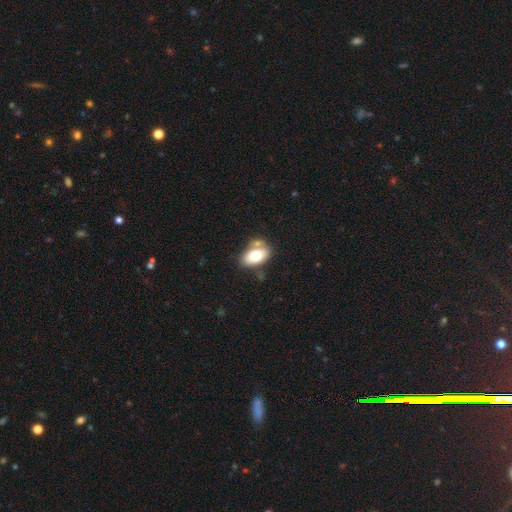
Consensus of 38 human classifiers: Morphology: type=smooth (71%); roundness=in between (93%); merging=none (50%).